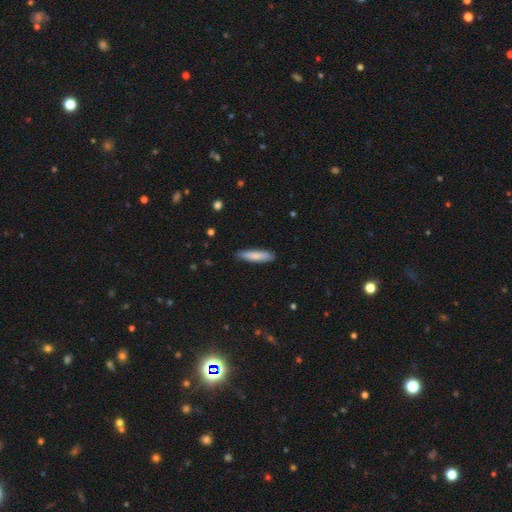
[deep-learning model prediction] The model was most divided on "how rounded": cigar-shaped: 77%, in between: 22%, round: 1%. More confident: merging — none (84%); smooth or featured — smooth (81%).